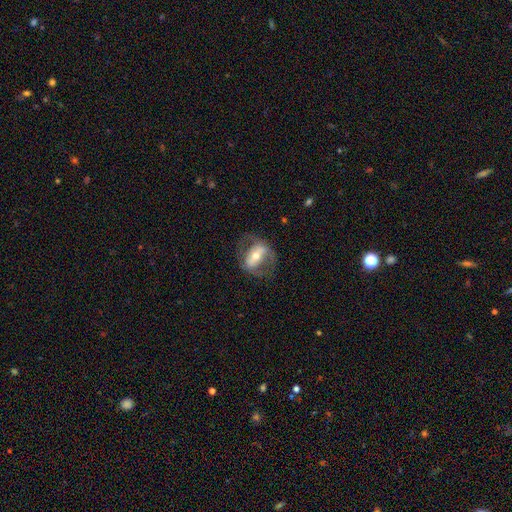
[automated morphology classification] smooth-or-featured: featured or disk: 63% | smooth: 30% | star or artifact: 7%
  disk-edge-on: no: 89% | yes: 11%
    bar: strong: 50% | weak: 25% | no: 25%
    has-spiral-arms: no: 53% | yes: 47%
    bulge-size: moderate: 57% | small: 33% | large: 7% | dominant: 1% | none: 1%
  merging: none: 63% | major disturbance: 18% | minor disturbance: 18% | merger: 1%